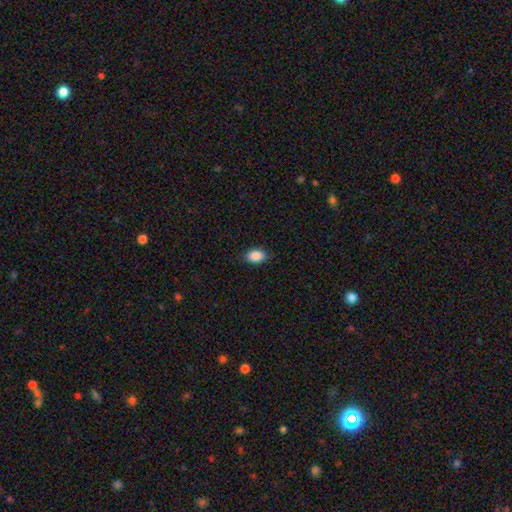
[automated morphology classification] The model was most divided on "merging": none: 86%, minor disturbance: 11%, major disturbance: 2%, merger: 1%. More confident: smooth or featured — smooth (88%); how rounded — in between (87%).